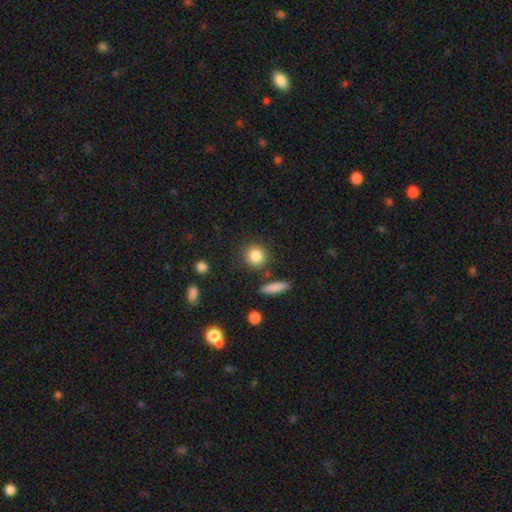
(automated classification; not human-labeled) Morphology: type=smooth (86%); roundness=round (86%); merging=none (84%).